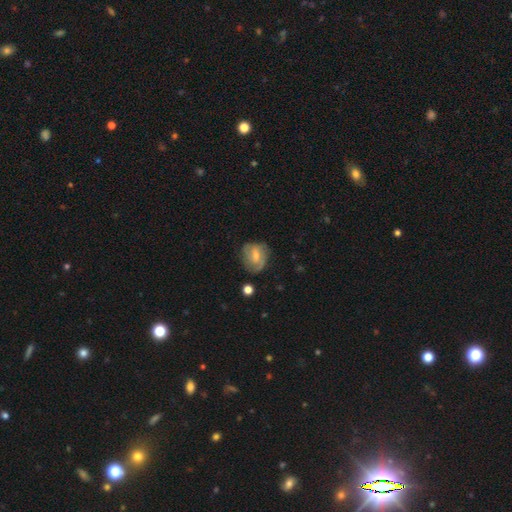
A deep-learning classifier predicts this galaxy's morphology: Smooth or featured? featured or disk (52%)
Edge-on disk? no (96%)
Bar? weak (50%)
Spiral arms? yes (74%)
Bulge size? moderate (44%, tied with small)
Merging? none (61%)